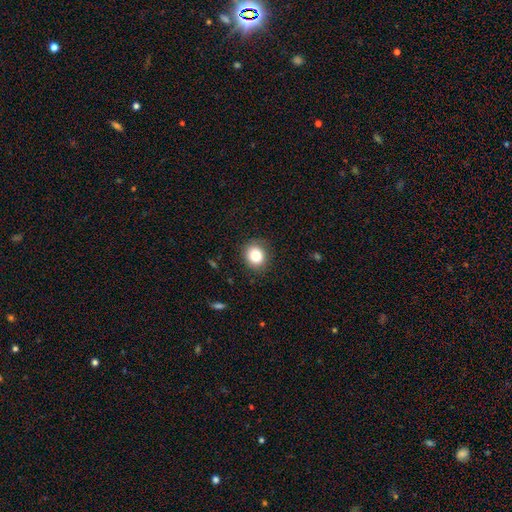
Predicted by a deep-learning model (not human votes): Morphology: type=smooth (84%); roundness=round (75%); merging=none (84%).